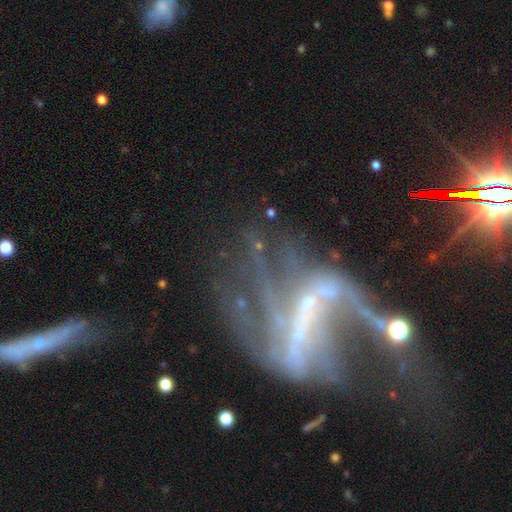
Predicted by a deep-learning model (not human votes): Smooth or featured: featured or disk — 73% (star or artifact — 19%)
Edge-on disk: no — 92% (yes — 8%)
Bar: strong — 45% (no — 29%)
Spiral arms: yes — 60% (no — 40%)
Bulge size: none — 47% (small — 37%)
Merging: major disturbance — 45% (none — 23%)